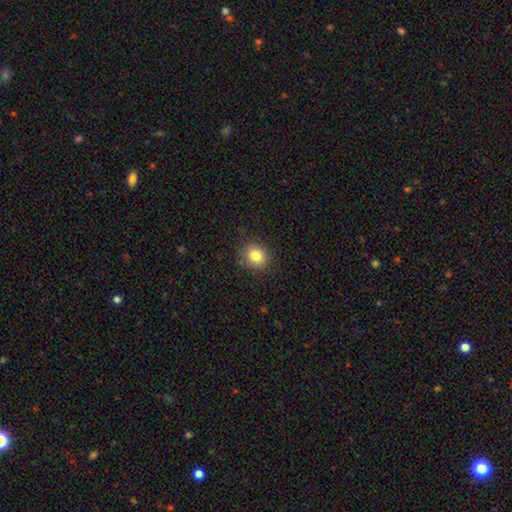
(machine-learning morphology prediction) Smooth or featured? Predicted: smooth (p=0.82). How rounded? Predicted: round (p=0.71). Merging? Predicted: none (p=0.87).